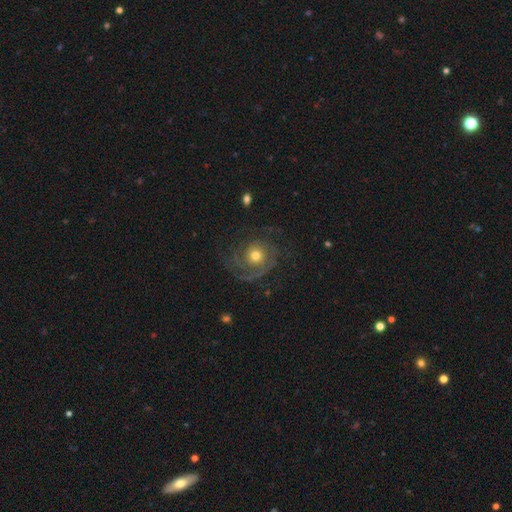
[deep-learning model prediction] smooth-or-featured: featured or disk: 78% | smooth: 15% | star or artifact: 7%
  disk-edge-on: no: 98% | yes: 2%
    bar: no: 82% | weak: 15% | strong: 3%
    has-spiral-arms: yes: 93% | no: 7%
      spiral-winding: tight: 51% | medium: 35% | loose: 14%
      spiral-arm-count: 2: 27% | 3: 25% | can't tell: 22% | 1: 14% | 4: 7% | more than 4: 6%
    bulge-size: moderate: 68% | small: 20% | large: 10% | dominant: 1% | none: 1%
  merging: none: 67% | major disturbance: 16% | minor disturbance: 16% | merger: 2%